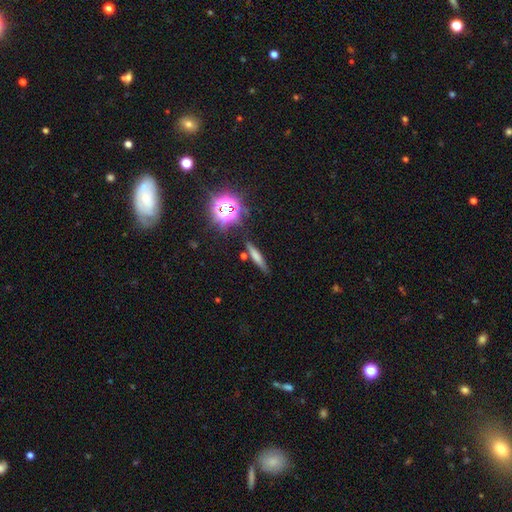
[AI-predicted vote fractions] Smooth or featured? smooth (59%)
How rounded? cigar-shaped (85%)
Merging? none (79%)